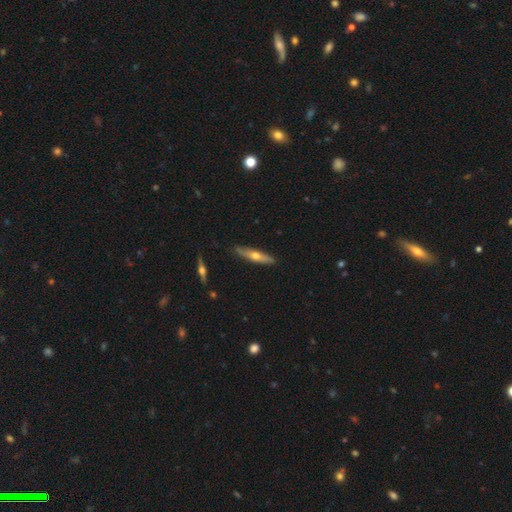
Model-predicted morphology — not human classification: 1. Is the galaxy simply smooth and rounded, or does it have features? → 52% featured or disk, 41% smooth, 6% star or artifact.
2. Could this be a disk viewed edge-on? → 87% yes, 13% no.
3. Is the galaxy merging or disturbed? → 86% none, 11% minor disturbance, 2% major disturbance, 1% merger.